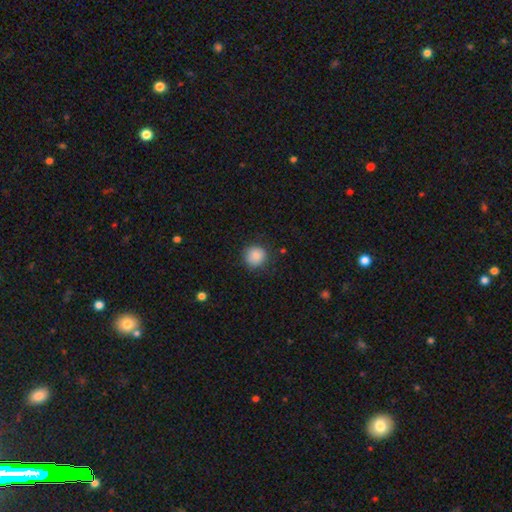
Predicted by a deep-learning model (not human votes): Smooth or featured?
  - smooth: 86% *
  - star or artifact: 9%
  - featured or disk: 5%
How rounded?
  - round: 92% *
  - in between: 7%
  - cigar-shaped: 1%
Merging?
  - none: 84% *
  - minor disturbance: 12%
  - major disturbance: 3%
  - merger: 1%